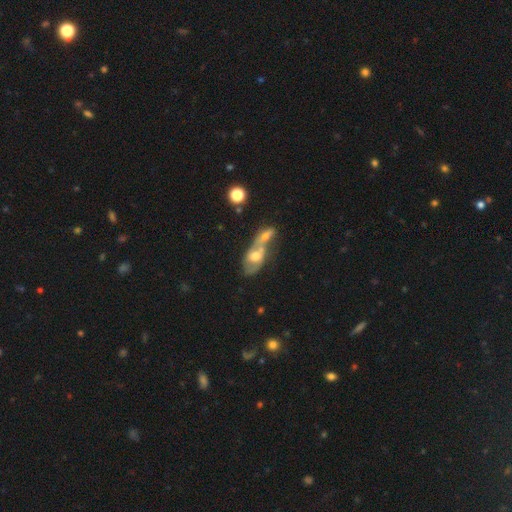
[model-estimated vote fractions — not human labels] Smooth or featured? featured or disk (47%)
Merging? merger (70%)